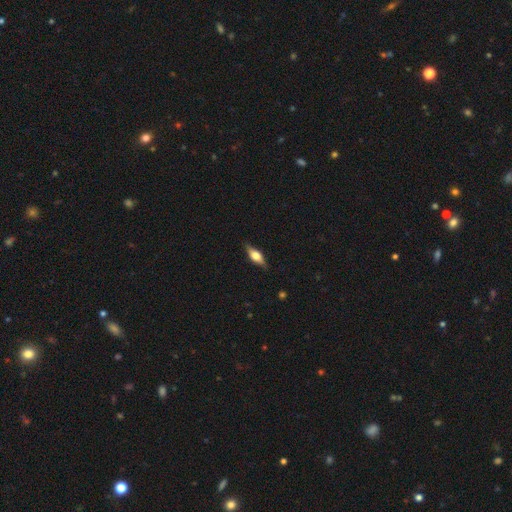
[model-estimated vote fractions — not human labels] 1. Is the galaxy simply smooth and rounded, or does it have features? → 53% featured or disk, 40% smooth, 7% star or artifact.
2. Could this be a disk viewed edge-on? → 91% yes, 9% no.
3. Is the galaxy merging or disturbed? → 84% none, 13% minor disturbance, 3% major disturbance, 1% merger.